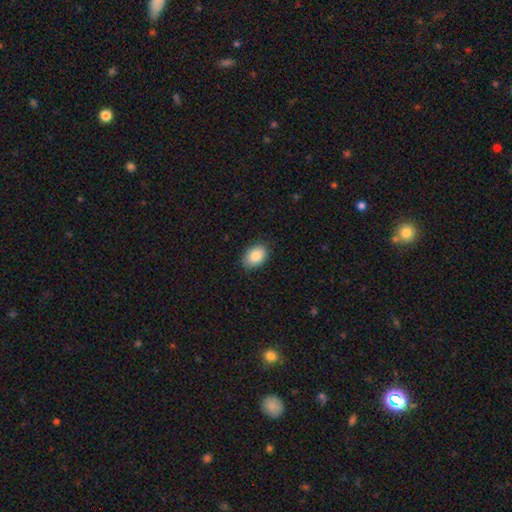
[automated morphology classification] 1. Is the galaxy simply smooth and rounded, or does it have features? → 88% smooth, 7% star or artifact, 5% featured or disk.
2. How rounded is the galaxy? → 86% in between, 13% round, 1% cigar-shaped.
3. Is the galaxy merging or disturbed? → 87% none, 10% minor disturbance, 2% major disturbance, 1% merger.